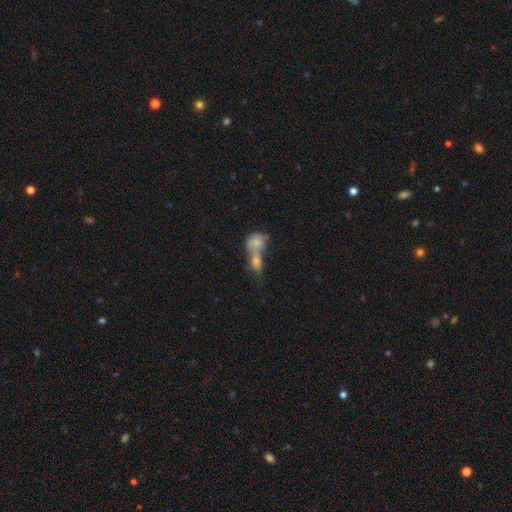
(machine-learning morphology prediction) type=smooth (59%); roundness=in between (51%); merging=merger (70%).